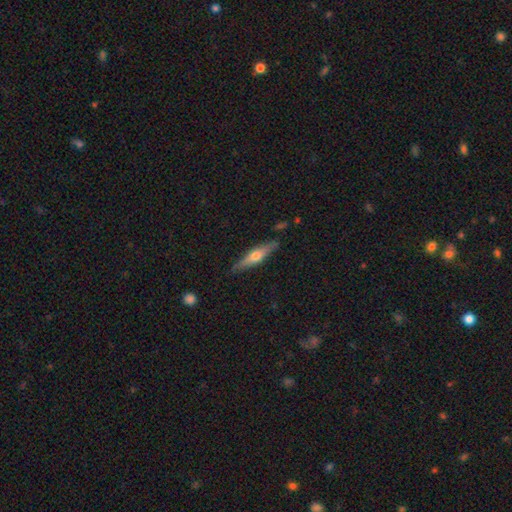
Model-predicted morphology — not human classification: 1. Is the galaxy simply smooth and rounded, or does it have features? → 54% featured or disk, 41% smooth, 6% star or artifact.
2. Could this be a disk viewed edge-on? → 92% yes, 8% no.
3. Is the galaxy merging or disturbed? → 84% none, 12% minor disturbance, 2% major disturbance, 2% merger.